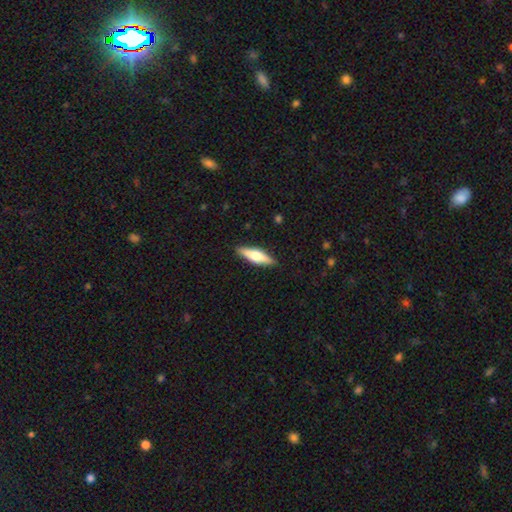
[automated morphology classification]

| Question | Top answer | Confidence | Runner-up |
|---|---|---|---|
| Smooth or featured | smooth | 52% | featured or disk (42%) |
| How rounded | cigar-shaped | 59% | in between (39%) |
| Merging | none | 89% | minor disturbance (8%) |